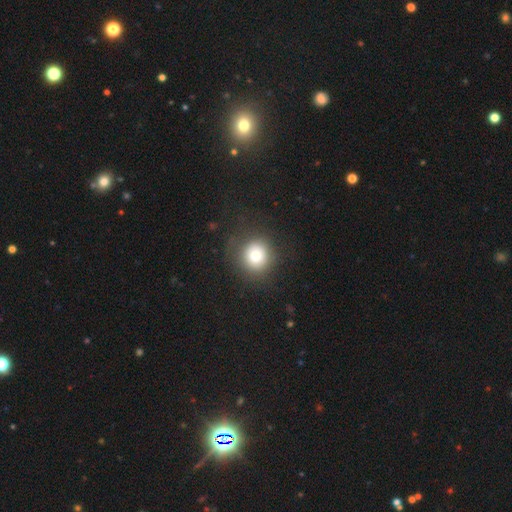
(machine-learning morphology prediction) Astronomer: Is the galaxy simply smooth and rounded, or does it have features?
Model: smooth — 74%.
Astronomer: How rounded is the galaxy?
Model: round — 92%.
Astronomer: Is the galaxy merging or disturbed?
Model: none — 81%.